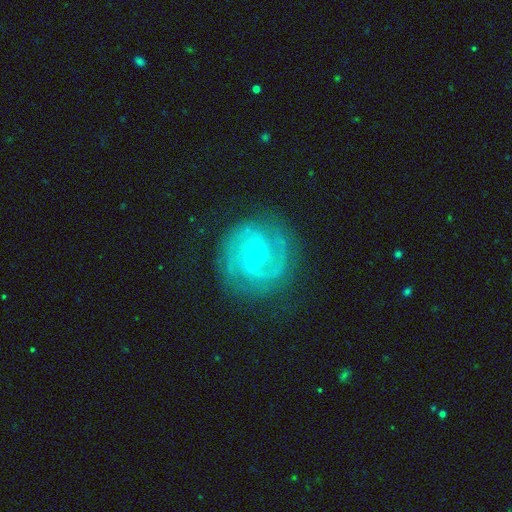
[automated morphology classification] Smooth or featured? featured or disk (90%)
Edge-on disk? no (98%)
Bar? weak (46%)
Spiral arms? yes (98%)
Spiral winding? medium (51%)
Spiral arm count? 2 (78%)
Bulge size? small (78%)
Merging? none (82%)